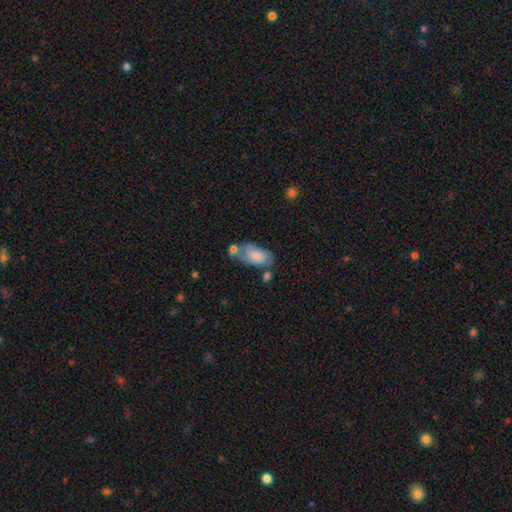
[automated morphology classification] Overall: smooth (64%; featured or disk 29%). How rounded: in between (92%). Merging: none (41%; minor disturbance 25%).